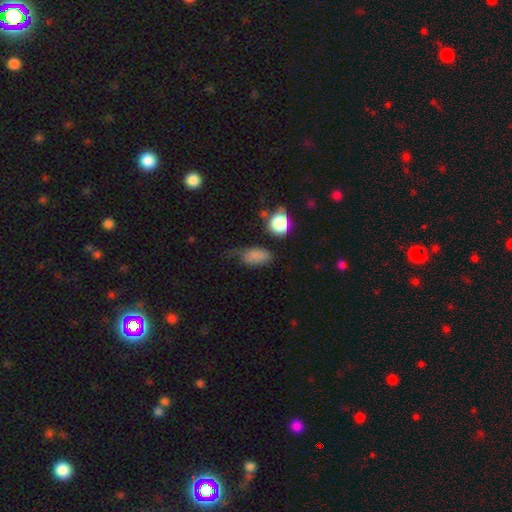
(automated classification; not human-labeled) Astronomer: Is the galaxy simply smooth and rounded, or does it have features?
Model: smooth — 76%.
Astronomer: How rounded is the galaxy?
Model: in between — 82%.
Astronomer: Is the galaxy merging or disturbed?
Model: none — 38% (runner-up: minor disturbance, 32%).